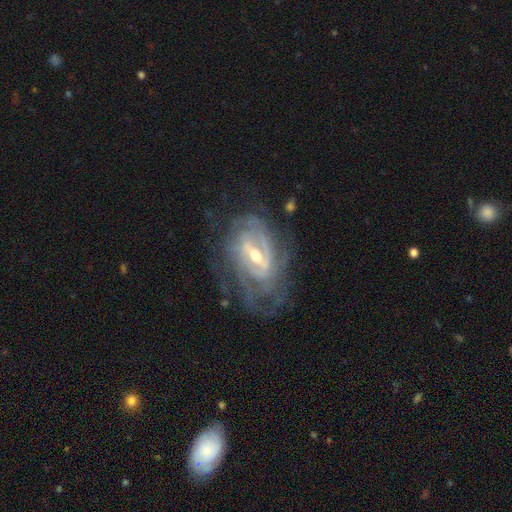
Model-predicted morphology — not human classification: The model was most divided on "bar": strong: 45%, weak: 41%, no: 13%. Remaining: edge-on disk — no (95%); spiral arms — yes (93%); smooth or featured — featured or disk (88%); merging — none (64%); spiral winding — tight (63%); bulge size — moderate (56%); spiral arm count — can't tell (40%).